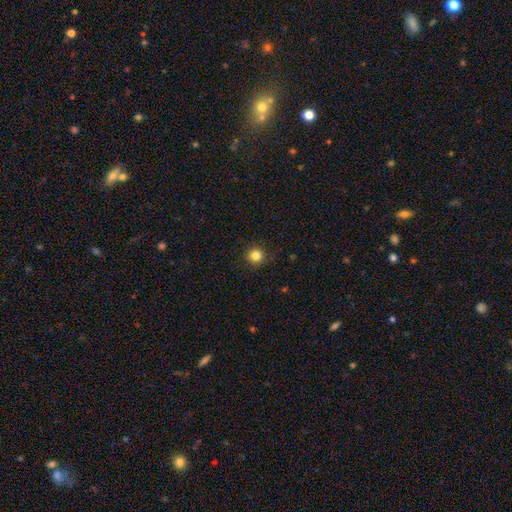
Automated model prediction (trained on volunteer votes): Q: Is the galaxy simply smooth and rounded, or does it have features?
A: smooth — 84%.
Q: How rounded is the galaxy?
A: round — 93%.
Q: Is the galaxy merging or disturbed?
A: none — 90%.